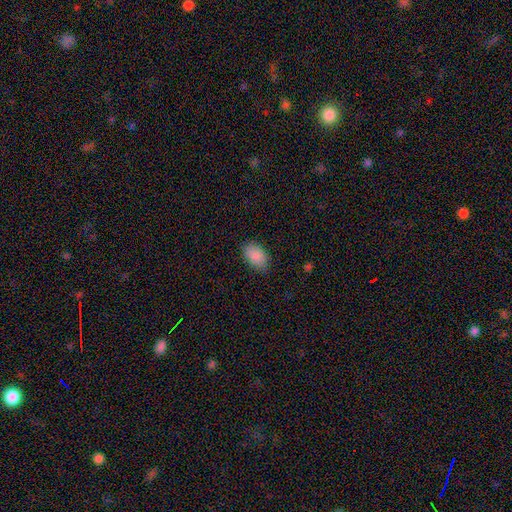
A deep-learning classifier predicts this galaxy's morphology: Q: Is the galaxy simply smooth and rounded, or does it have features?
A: smooth — 89%.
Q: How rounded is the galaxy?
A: in between — 92%.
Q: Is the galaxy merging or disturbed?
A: none — 83%.